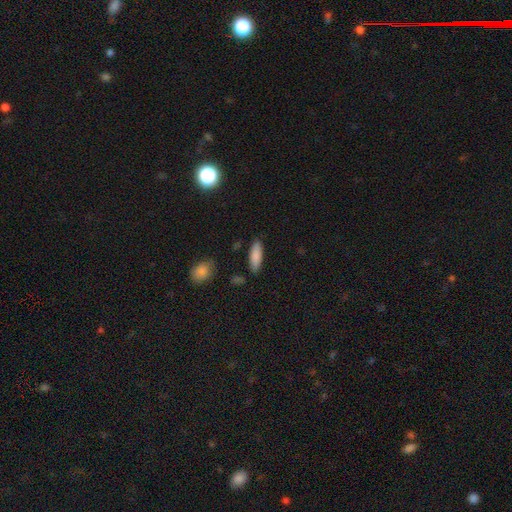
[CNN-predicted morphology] This is clearly a smooth galaxy (86%). How rounded: possibly in between (60%). Merging: clearly none (85%).